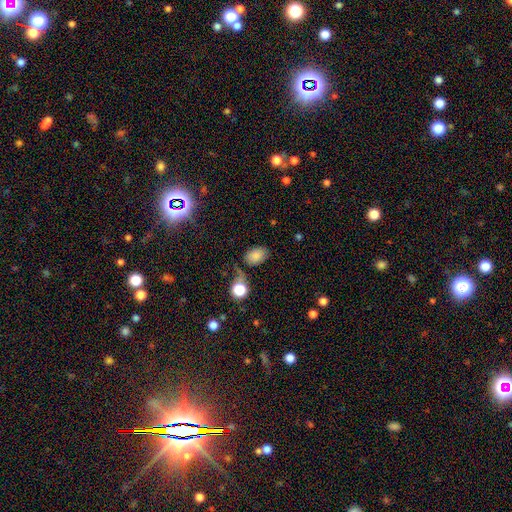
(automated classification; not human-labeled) Smooth or featured? smooth (78%)
How rounded? in between (85%)
Merging? none (61%)